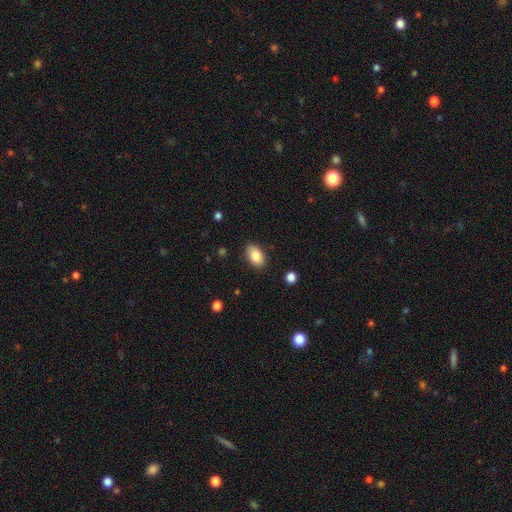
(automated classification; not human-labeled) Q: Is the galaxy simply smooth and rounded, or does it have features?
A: smooth — 86%.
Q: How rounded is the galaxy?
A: in between — 91%.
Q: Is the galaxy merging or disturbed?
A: none — 86%.